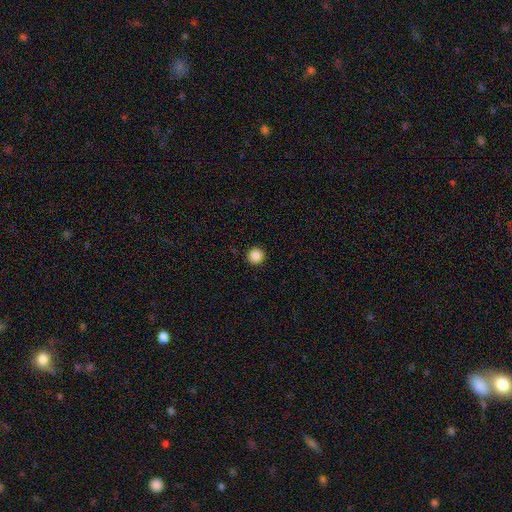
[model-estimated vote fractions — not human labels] This appears to be a smooth galaxy with no disk features (88%) that is round (96%). Merging: none (93%).